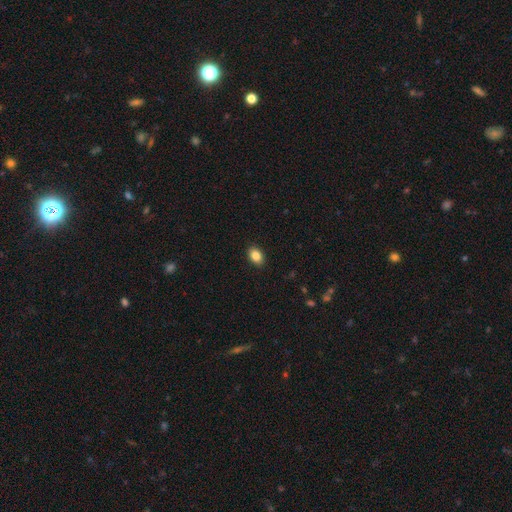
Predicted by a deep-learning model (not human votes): A smooth galaxy with no disk features (86%) that is in between round and cigar-shaped (78%).

Vote fractions:
- Smooth or featured? smooth: 86% / star or artifact: 9% / featured or disk: 5%
- How rounded? in between: 78% / round: 20% / cigar-shaped: 1%
- Merging? none: 90% / minor disturbance: 7% / major disturbance: 2% / merger: 1%